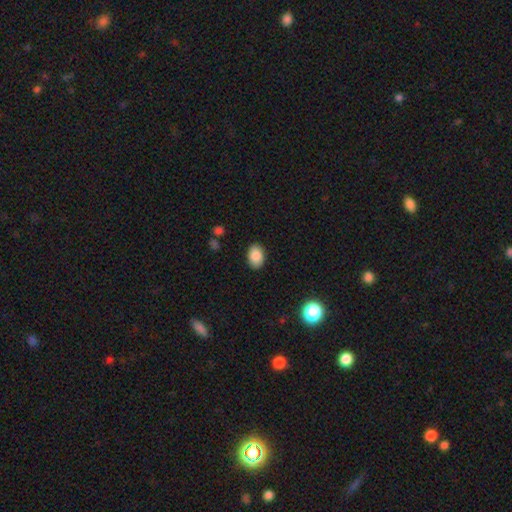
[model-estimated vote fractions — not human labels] Overall: smooth (87%). How rounded: in between (84%). Merging: none (88%).